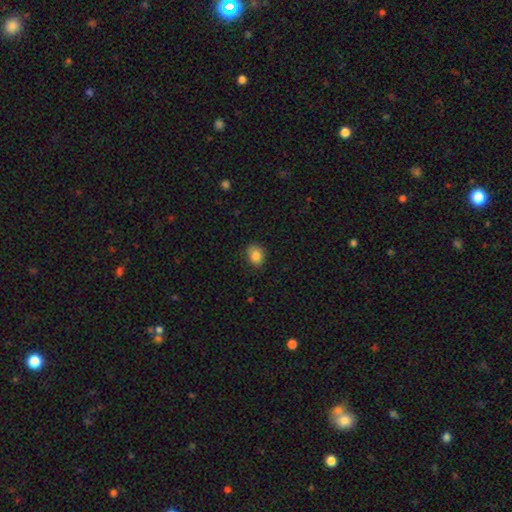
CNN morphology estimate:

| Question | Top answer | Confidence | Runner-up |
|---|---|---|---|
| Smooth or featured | smooth | 84% | star or artifact (9%) |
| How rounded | round | 54% | in between (45%) |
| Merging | none | 77% | minor disturbance (19%) |